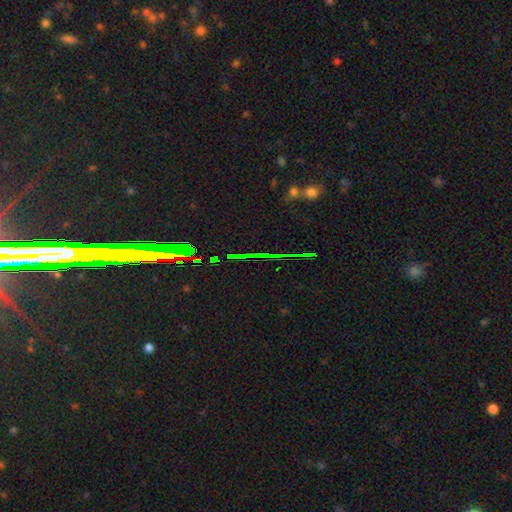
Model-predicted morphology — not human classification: smooth-or-featured: star or artifact: 69% | featured or disk: 19% | smooth: 13%